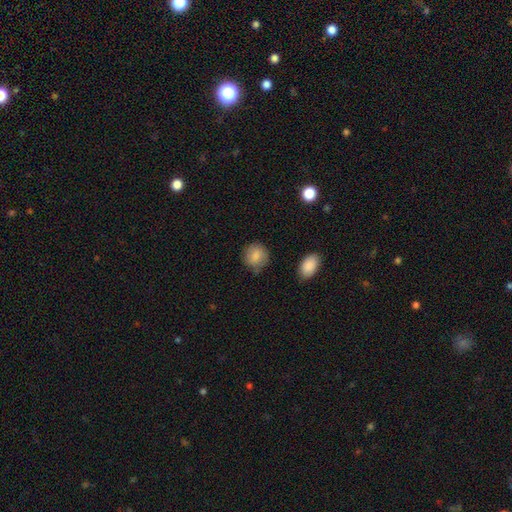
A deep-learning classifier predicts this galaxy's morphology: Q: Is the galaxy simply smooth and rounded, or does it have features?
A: smooth — 84%.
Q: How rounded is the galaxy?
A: round — 81%.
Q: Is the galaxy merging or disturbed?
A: none — 76%.